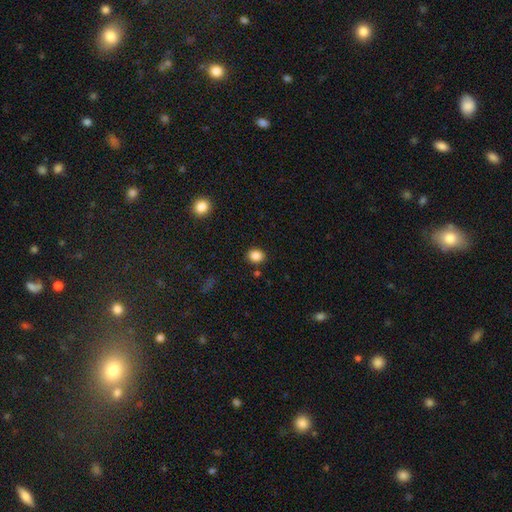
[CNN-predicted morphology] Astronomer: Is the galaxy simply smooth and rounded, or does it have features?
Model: smooth — 86%.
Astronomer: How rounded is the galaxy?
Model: round — 57% (runner-up: in between, 42%).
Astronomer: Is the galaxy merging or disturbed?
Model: none — 87%.